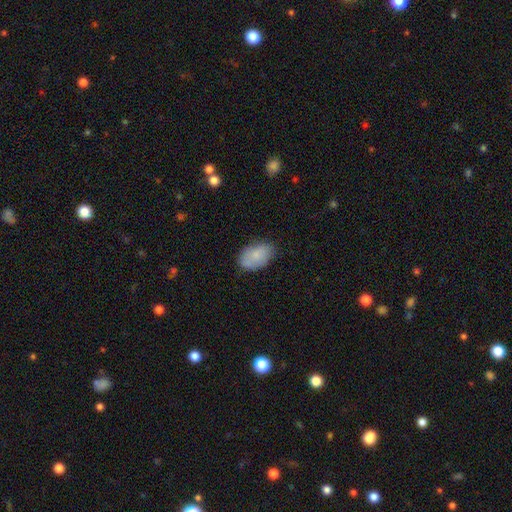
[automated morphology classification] The model was most divided on "merging": none: 72%, minor disturbance: 21%, major disturbance: 5%, merger: 3%. More confident: how rounded — in between (90%); smooth or featured — smooth (81%).